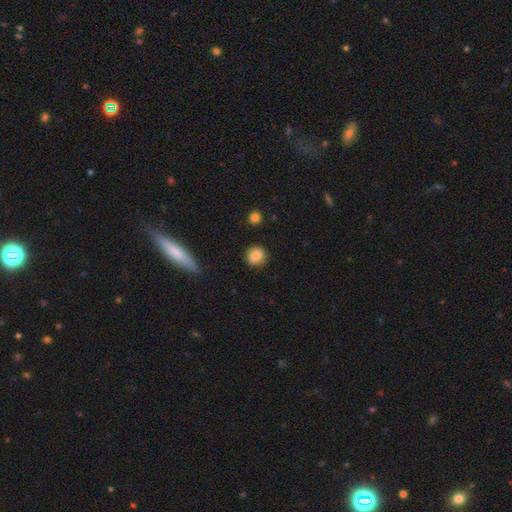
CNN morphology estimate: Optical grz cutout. It shows a smooth galaxy with no disk features (87%) that is round (86%). Merging: none (88%).